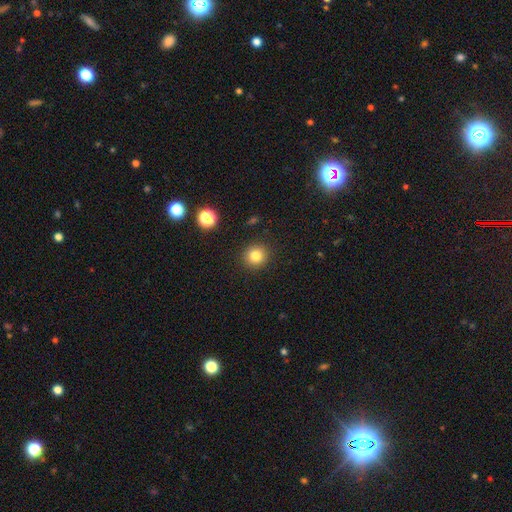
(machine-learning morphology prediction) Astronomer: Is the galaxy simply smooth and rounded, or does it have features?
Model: smooth — 81%.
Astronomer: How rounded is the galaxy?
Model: round — 92%.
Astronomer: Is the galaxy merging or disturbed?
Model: none — 91%.